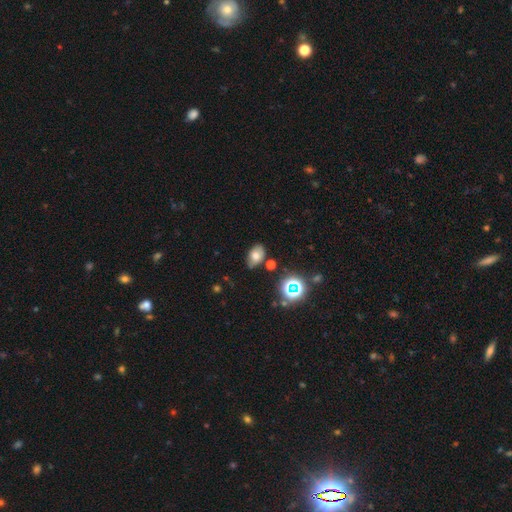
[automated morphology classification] A smooth galaxy with no disk features (65%) that is in between round and cigar-shaped (87%). Merging: none (69%).